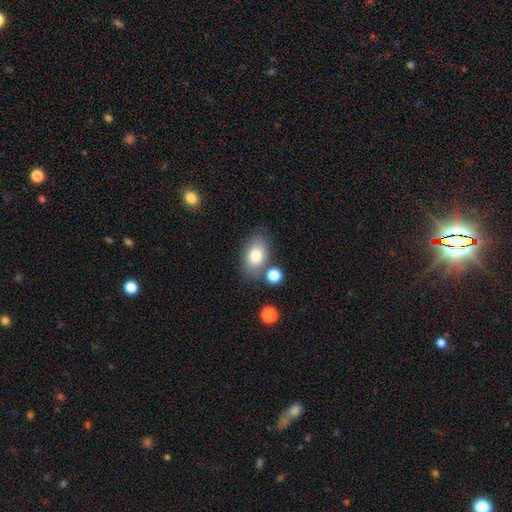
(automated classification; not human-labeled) Morphology: type=smooth (80%); roundness=in between (87%); merging=none (71%).